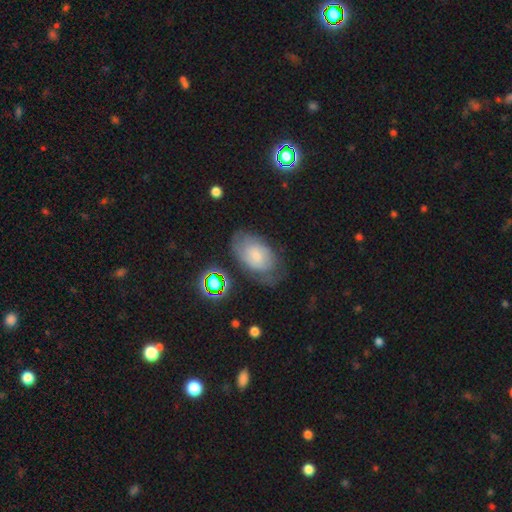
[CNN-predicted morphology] featured or disk 49%, smooth 40%, star or artifact 11%. Down the decision tree: merging — none (60%).